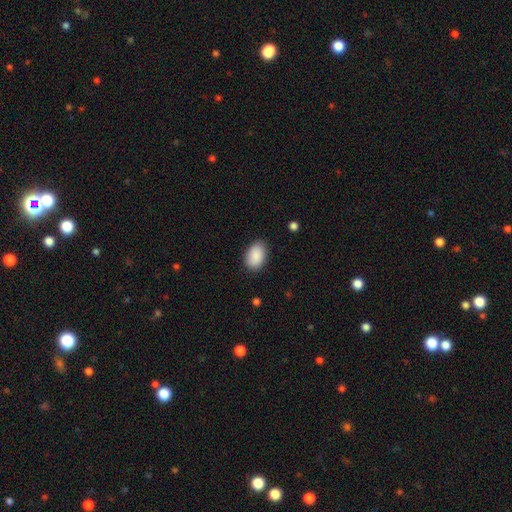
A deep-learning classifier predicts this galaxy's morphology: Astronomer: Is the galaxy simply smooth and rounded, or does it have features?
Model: smooth — 90%.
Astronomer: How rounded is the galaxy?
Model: in between — 89%.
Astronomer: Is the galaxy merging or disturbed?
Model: none — 85%.